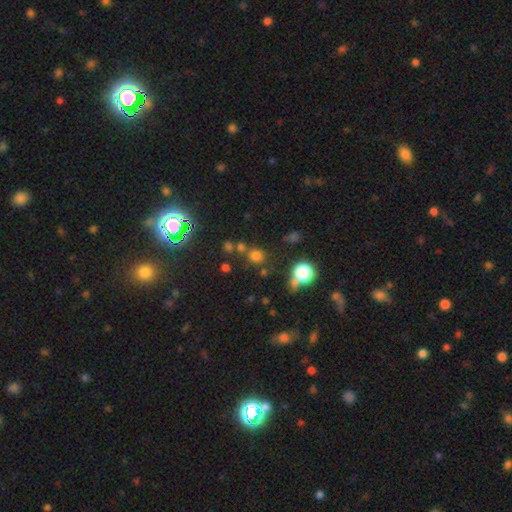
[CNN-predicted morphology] Smooth or featured? smooth (66%)
How rounded? round (87%)
Merging? none (73%)